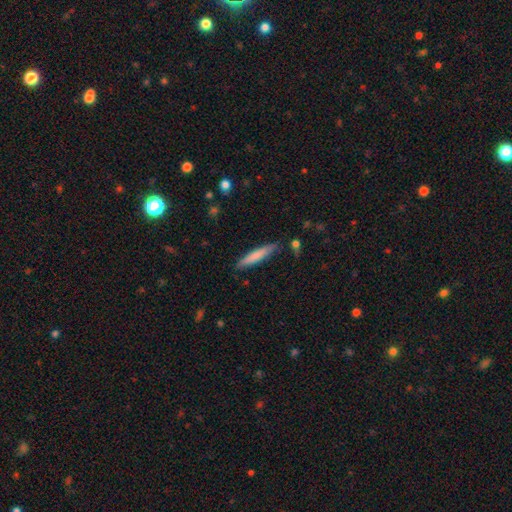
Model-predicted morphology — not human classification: Q: Smooth or featured?
A: smooth (72%); runner-up: featured or disk (22%)
Q: How rounded?
A: cigar-shaped (92%); runner-up: in between (7%)
Q: Merging?
A: none (84%); runner-up: minor disturbance (12%)